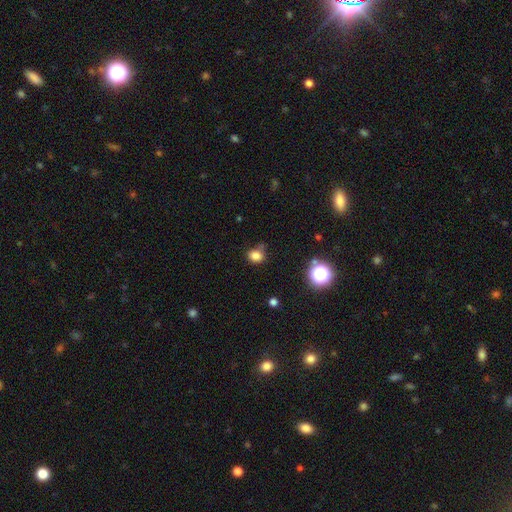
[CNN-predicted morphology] Smooth or featured? smooth (80%)
How rounded? round (63%)
Merging? none (61%)